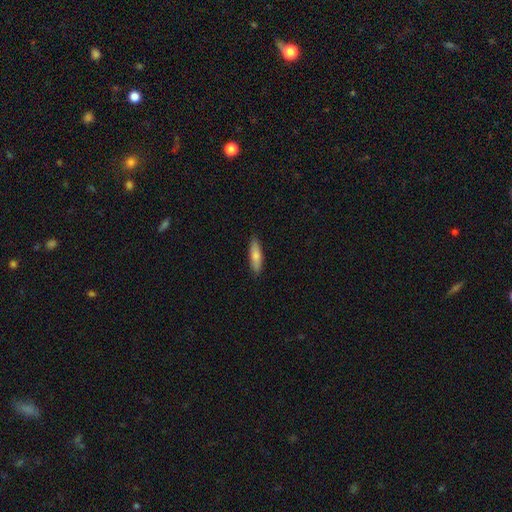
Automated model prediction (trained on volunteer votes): This appears to be a smooth galaxy with no disk features (77%) that is cigar-shaped (60%). Merging: none (88%).